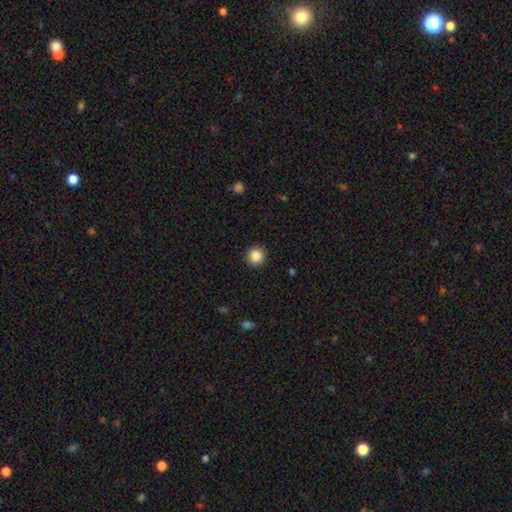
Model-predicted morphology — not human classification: Smooth or featured?
  - smooth: 86% *
  - star or artifact: 10%
  - featured or disk: 4%
How rounded?
  - round: 95% *
  - in between: 4%
  - cigar-shaped: 1%
Merging?
  - none: 92% *
  - minor disturbance: 5%
  - major disturbance: 2%
  - merger: 1%